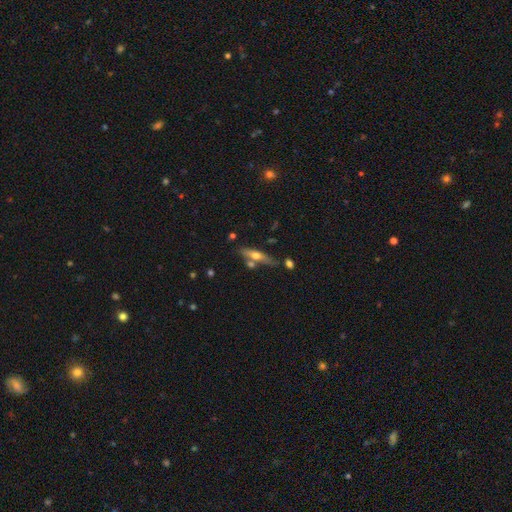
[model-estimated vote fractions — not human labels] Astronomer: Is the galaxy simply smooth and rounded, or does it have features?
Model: featured or disk — 52% (runner-up: smooth, 41%).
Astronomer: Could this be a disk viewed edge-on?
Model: yes — 88%.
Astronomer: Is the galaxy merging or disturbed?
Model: none — 67%.